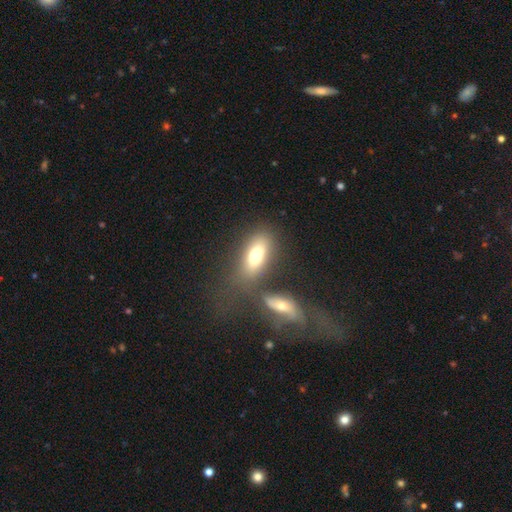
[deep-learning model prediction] A smooth galaxy with no disk features (71%) that is in between round and cigar-shaped (83%).

Vote fractions:
- Smooth or featured? smooth: 71% / featured or disk: 20% / star or artifact: 9%
- How rounded? in between: 83% / cigar-shaped: 11% / round: 6%
- Merging? none: 63% / merger: 17% / minor disturbance: 13% / major disturbance: 7%